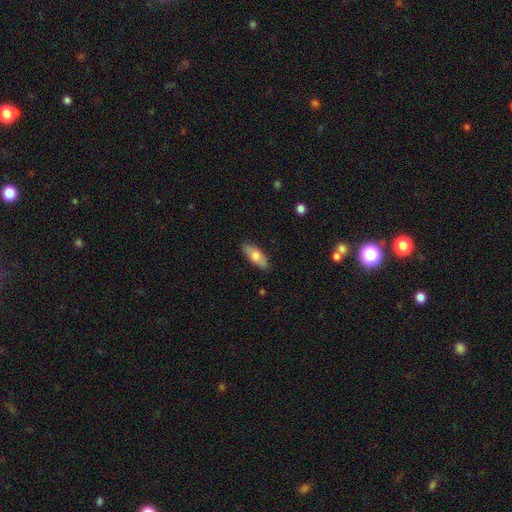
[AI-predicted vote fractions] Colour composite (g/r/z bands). It shows a smooth galaxy with no disk features (68%) that is in between round and cigar-shaped (77%). Merging: none (86%).